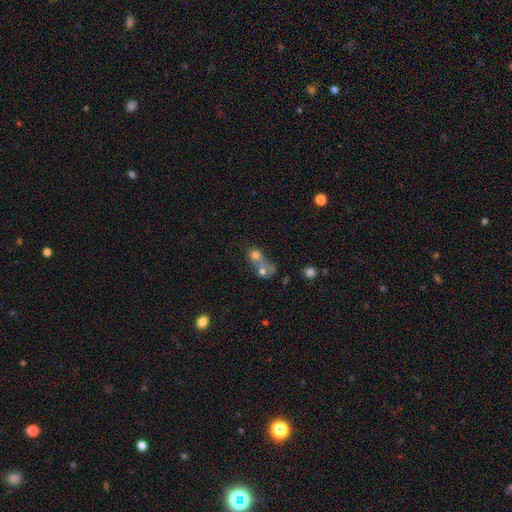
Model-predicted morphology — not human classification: A smooth galaxy with no disk features (51%) that is round (57%). Merging: merger (48%).